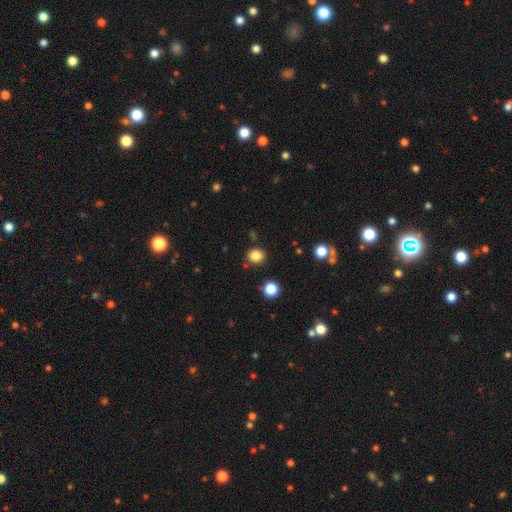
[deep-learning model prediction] smooth_or_featured: smooth (p=0.84) [alt: star or artifact p=0.12]
how_rounded: round (p=0.71) [alt: in between p=0.28]
merging: none (p=0.86) [alt: minor disturbance p=0.08]